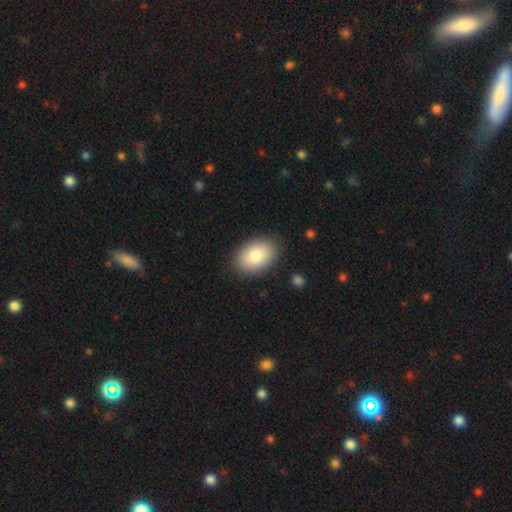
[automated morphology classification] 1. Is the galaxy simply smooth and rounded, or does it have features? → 85% smooth, 9% featured or disk, 7% star or artifact.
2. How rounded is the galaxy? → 87% in between, 12% round, 1% cigar-shaped.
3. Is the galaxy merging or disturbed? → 87% none, 9% minor disturbance, 2% major disturbance, 1% merger.